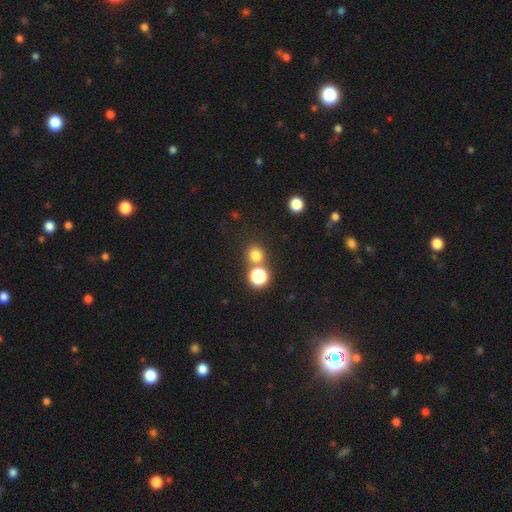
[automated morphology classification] This appears to be a smooth galaxy with no disk features (74%) that is round (90%). Merging: none (70%).